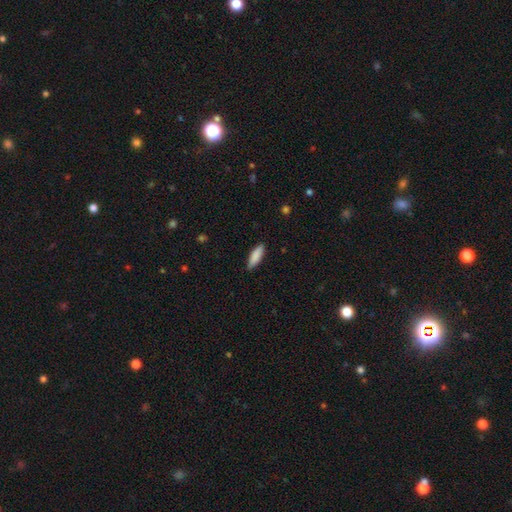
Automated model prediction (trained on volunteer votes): smooth_or_featured: smooth (p=0.88) [alt: featured or disk p=0.07]
how_rounded: in between (p=0.50) [alt: cigar-shaped p=0.48]
merging: none (p=0.87) [alt: minor disturbance p=0.10]